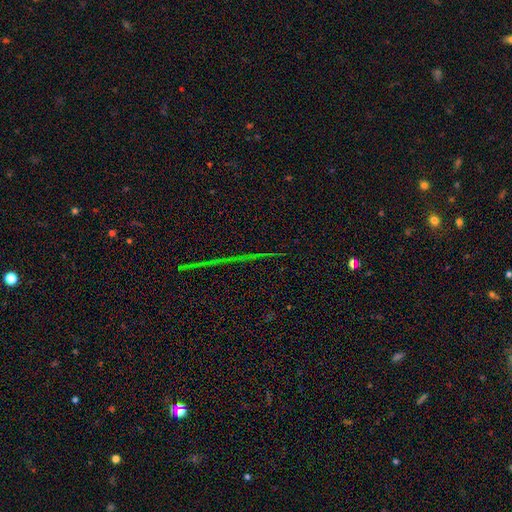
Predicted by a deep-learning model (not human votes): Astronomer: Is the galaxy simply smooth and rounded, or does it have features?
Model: star or artifact — 77%.